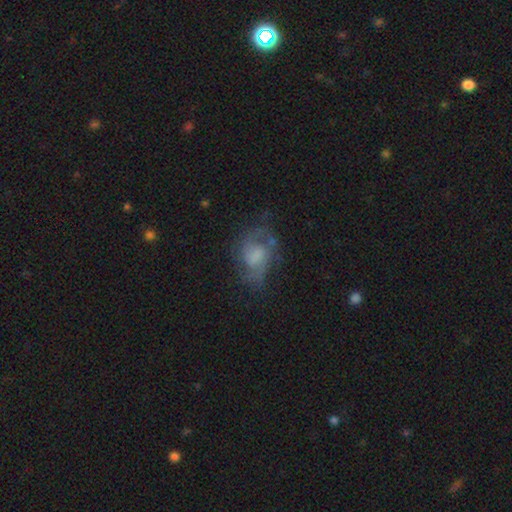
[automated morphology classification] Smooth or featured: featured or disk — 63% (smooth — 26%)
Edge-on disk: no — 97% (yes — 3%)
Bar: no — 54% (weak — 39%)
Spiral arms: yes — 81% (no — 19%)
Bulge size: none — 32% (moderate — 29%)
Merging: none — 56% (minor disturbance — 22%)